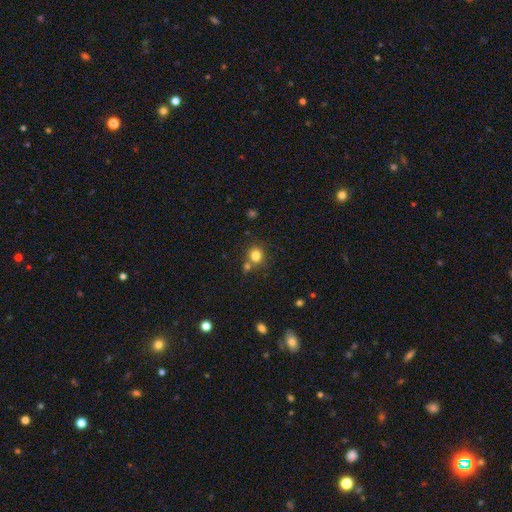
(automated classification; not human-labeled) Morphology: type=smooth (80%); roundness=round (86%); merging=none (67%).